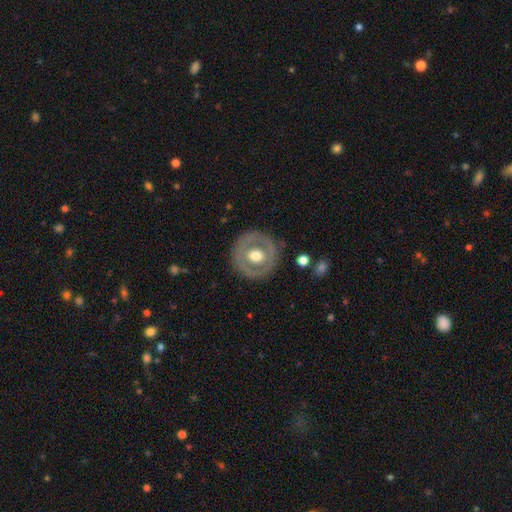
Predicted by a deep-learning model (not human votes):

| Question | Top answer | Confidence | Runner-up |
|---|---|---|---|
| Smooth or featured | featured or disk | 55% | smooth (40%) |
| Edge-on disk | no | 95% | yes (5%) |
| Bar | no | 78% | weak (16%) |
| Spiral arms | no | 87% | yes (13%) |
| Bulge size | moderate | 71% | large (20%) |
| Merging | none | 84% | minor disturbance (10%) |